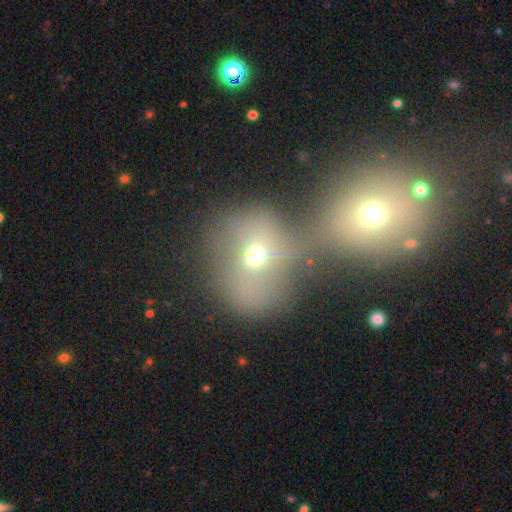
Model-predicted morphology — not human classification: Overall: smooth (57%; featured or disk 24%). How rounded: round (75%). Merging: merger (67%).